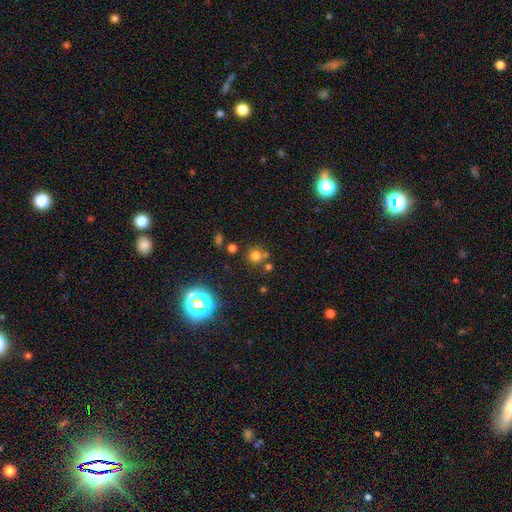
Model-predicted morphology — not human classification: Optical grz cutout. It shows a smooth galaxy with no disk features (71%) that is round (91%). Merging: none (70%).